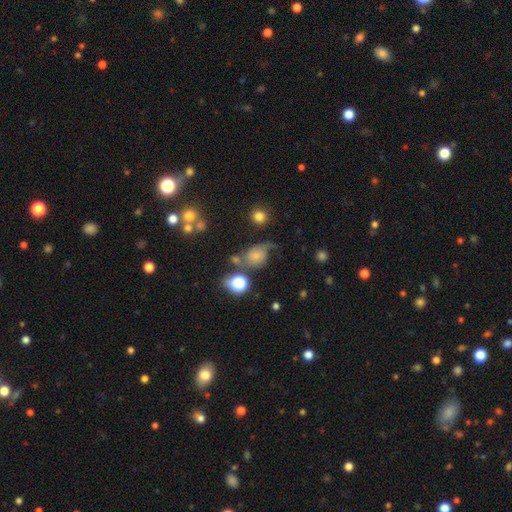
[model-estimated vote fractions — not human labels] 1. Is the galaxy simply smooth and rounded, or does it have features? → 50% smooth, 34% featured or disk, 16% star or artifact.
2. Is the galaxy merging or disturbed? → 35% none, 27% minor disturbance, 26% major disturbance, 12% merger.